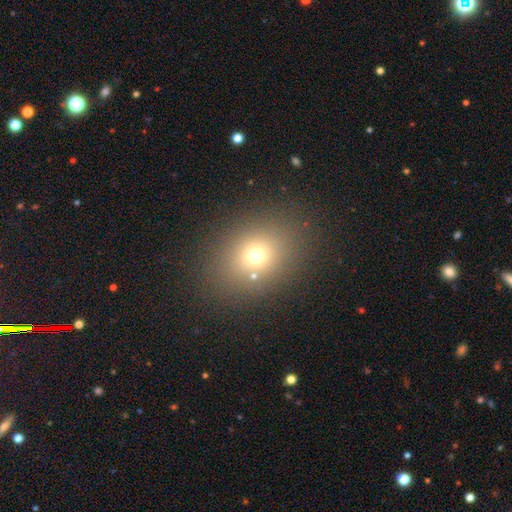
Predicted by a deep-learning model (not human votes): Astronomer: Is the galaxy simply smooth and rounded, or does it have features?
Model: smooth — 68%.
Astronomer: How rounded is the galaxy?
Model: round — 52% (runner-up: in between, 47%).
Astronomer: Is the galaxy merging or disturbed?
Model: none — 84%.